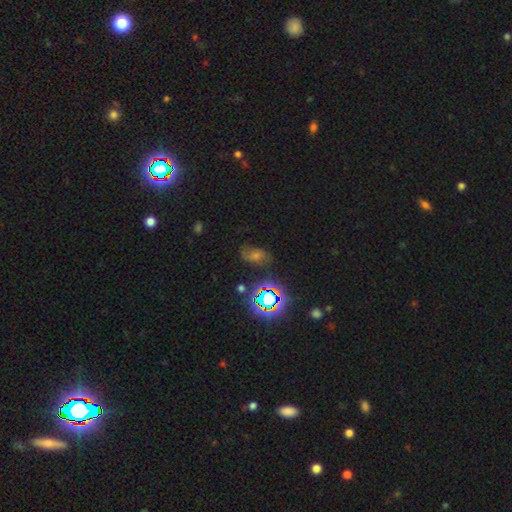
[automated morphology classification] A star or artifact, not a galaxy (45%).

Vote fractions:
- Smooth or featured? star or artifact: 45% / featured or disk: 28% / smooth: 27%